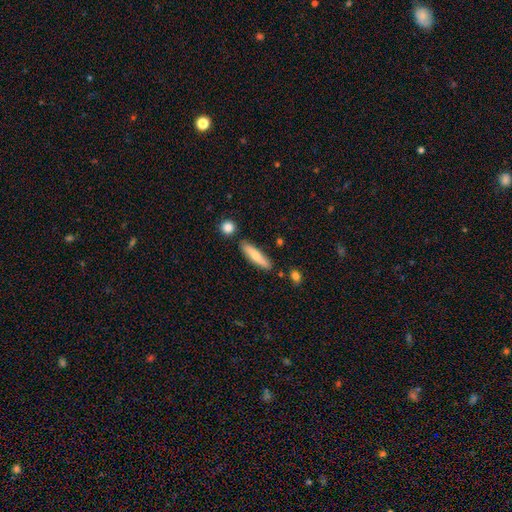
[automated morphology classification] Smooth or featured? Predicted: smooth (p=0.68). How rounded? Predicted: cigar-shaped (p=0.77). Merging? Predicted: none (p=0.82).